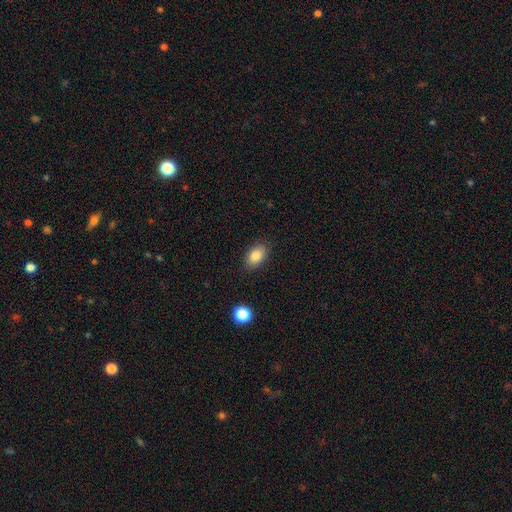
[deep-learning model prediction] This is clearly a smooth galaxy (83%). How rounded: clearly in between (88%). Merging: clearly none (86%).